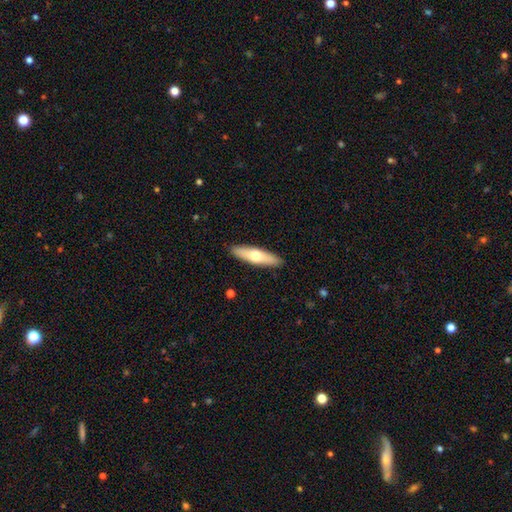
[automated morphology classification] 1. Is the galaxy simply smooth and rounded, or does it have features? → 58% smooth, 37% featured or disk, 5% star or artifact.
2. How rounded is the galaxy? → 68% cigar-shaped, 30% in between, 2% round.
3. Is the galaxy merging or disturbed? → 90% none, 7% minor disturbance, 2% major disturbance, 1% merger.